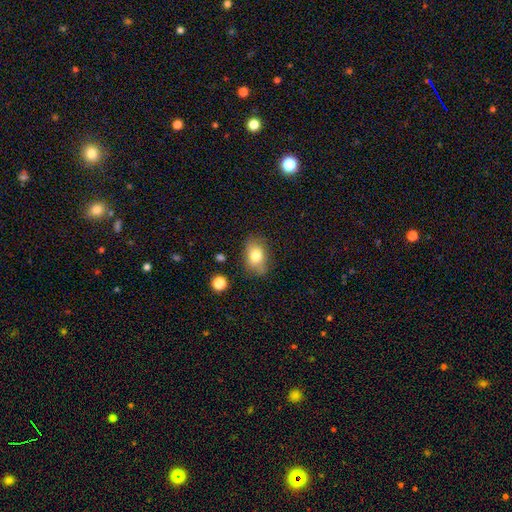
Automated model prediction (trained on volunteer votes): Overall: smooth (76%). How rounded: in between (80%). Merging: none (74%).